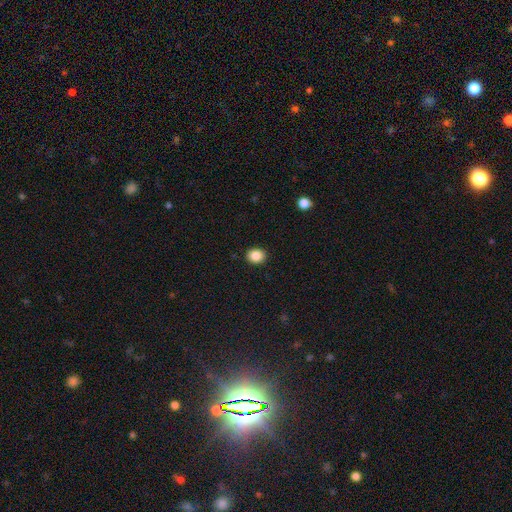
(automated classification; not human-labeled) Smooth or featured?
  - smooth: 87% *
  - star or artifact: 9%
  - featured or disk: 4%
How rounded?
  - round: 61% *
  - in between: 39%
  - cigar-shaped: 1%
Merging?
  - none: 91% *
  - minor disturbance: 6%
  - major disturbance: 2%
  - merger: 1%